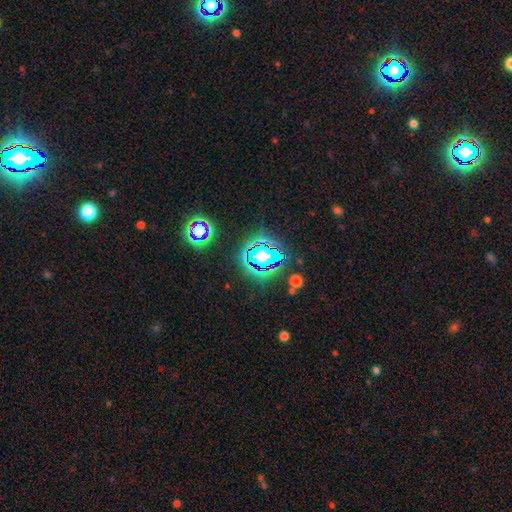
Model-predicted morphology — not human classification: Overall: star or artifact (81%).